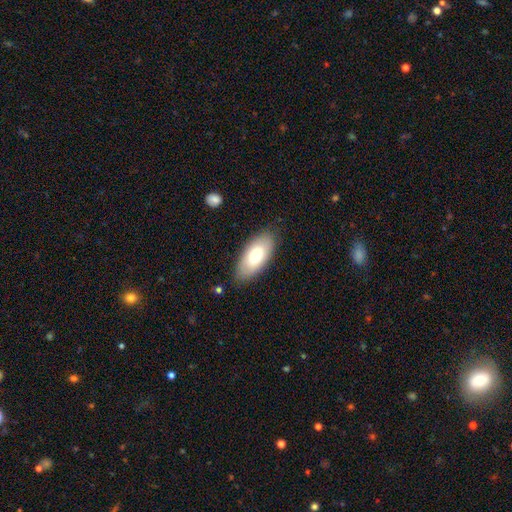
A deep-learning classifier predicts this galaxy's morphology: smooth_or_featured: smooth (p=0.77) [alt: featured or disk p=0.17]
how_rounded: in between (p=0.89) [alt: cigar-shaped p=0.09]
merging: none (p=0.83) [alt: minor disturbance p=0.12]